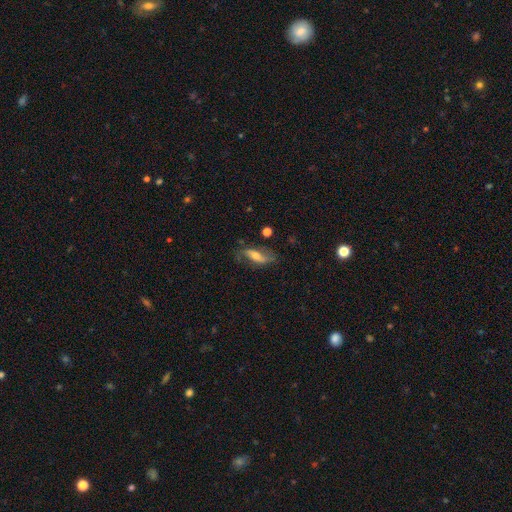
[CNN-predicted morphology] Q: Smooth or featured?
A: featured or disk (58%); runner-up: smooth (34%)
Q: Edge-on disk?
A: no (79%); runner-up: yes (21%)
Q: Merging?
A: none (64%); runner-up: minor disturbance (22%)